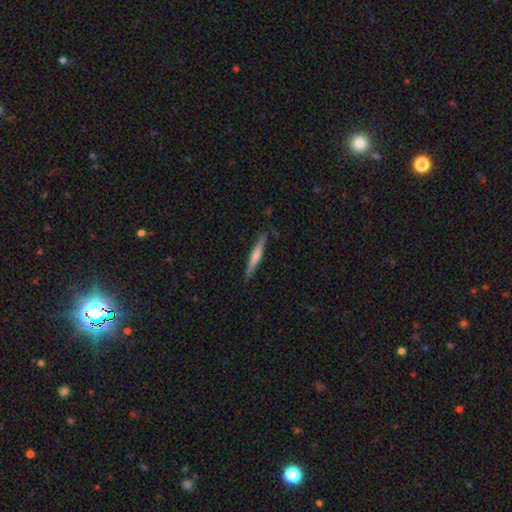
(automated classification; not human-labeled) A smooth galaxy with no disk features (54%) that is cigar-shaped (95%). Merging: none (86%).